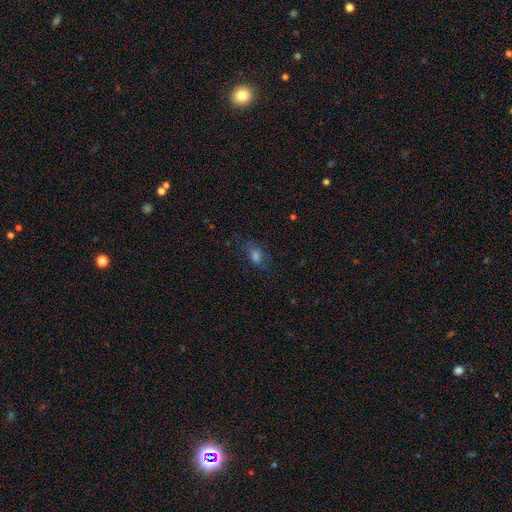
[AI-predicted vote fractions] Overall: smooth (59%; star or artifact 21%). How rounded: in between (74%). Merging: none (70%).